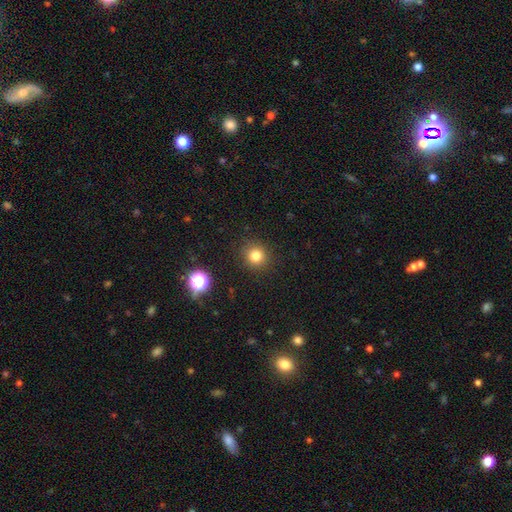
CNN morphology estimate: smooth_or_featured: smooth (p=0.80) [alt: star or artifact p=0.14]
how_rounded: round (p=0.92) [alt: in between p=0.07]
merging: none (p=0.90) [alt: minor disturbance p=0.06]